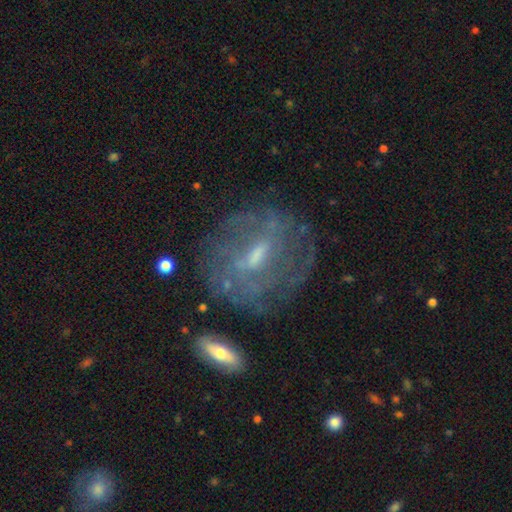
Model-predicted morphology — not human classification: A featured or disk galaxy (72%) with a weak bar (52%), spiral arms (64%) and a small central bulge (47%). Merging: none (71%).